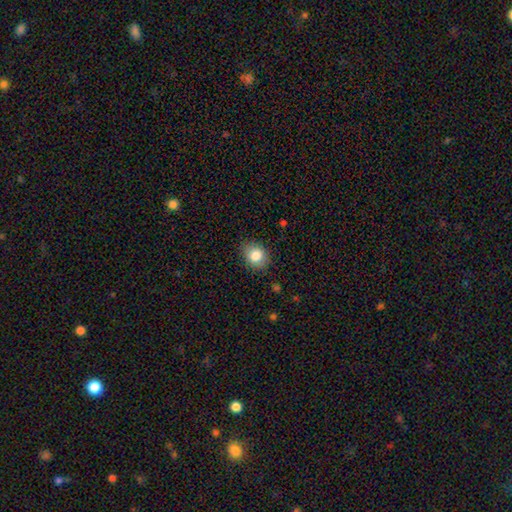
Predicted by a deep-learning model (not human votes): smooth 84%, star or artifact 9%, featured or disk 7%. Down the decision tree: how rounded — round (61%); merging — none (82%).